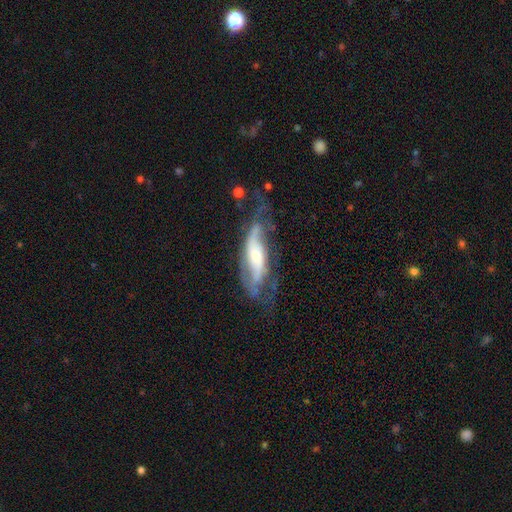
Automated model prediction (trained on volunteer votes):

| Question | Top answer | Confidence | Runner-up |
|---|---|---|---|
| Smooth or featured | featured or disk | 74% | smooth (17%) |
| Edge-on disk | no | 70% | yes (30%) |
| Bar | no | 43% | weak (35%) |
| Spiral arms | yes | 84% | no (16%) |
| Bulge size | moderate | 45% | small (28%) |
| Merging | none | 53% | minor disturbance (25%) |